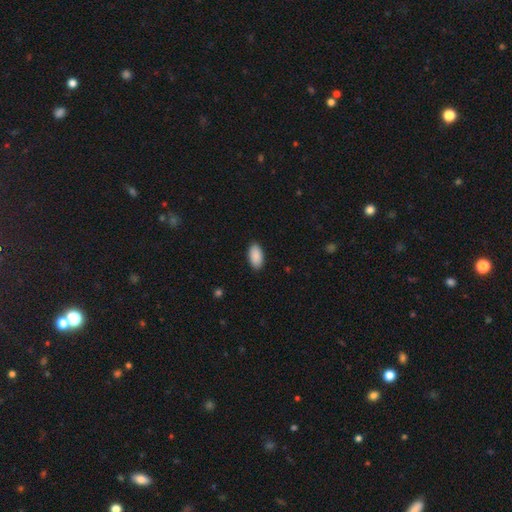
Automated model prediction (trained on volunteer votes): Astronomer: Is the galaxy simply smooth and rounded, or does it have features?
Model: smooth — 91%.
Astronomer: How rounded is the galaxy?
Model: in between — 95%.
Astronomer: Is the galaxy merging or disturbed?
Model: none — 89%.